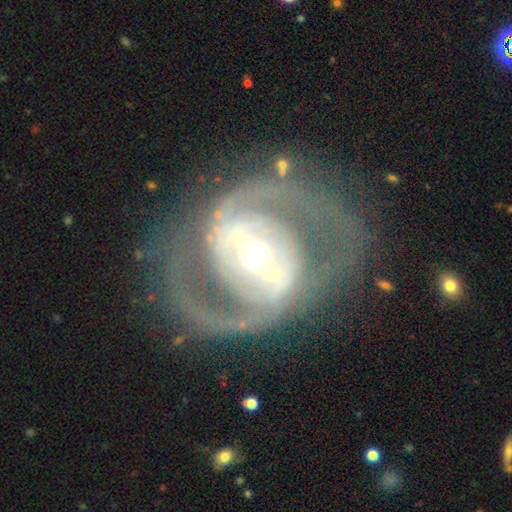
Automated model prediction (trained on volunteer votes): featured or disk 87%, smooth 8%, star or artifact 5%. Down the decision tree: edge-on disk — no (95%); bar — strong (68%); spiral arms — yes (77%); spiral arm count — 2 (80%); spiral winding — medium (44%); bulge size — moderate (59%); merging — none (71%).